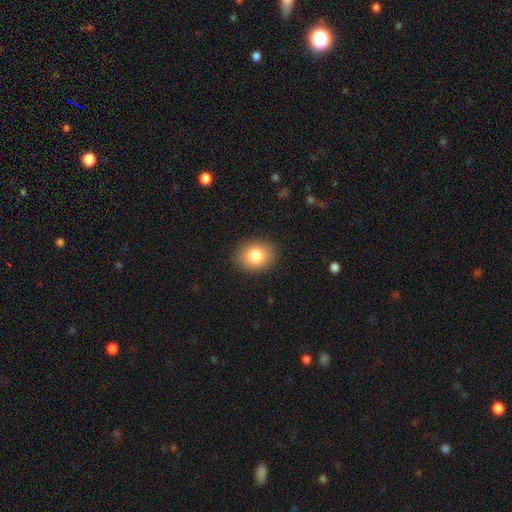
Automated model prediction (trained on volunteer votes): This is clearly a smooth galaxy (81%). How rounded: possibly round (53%). Merging: clearly none (89%).